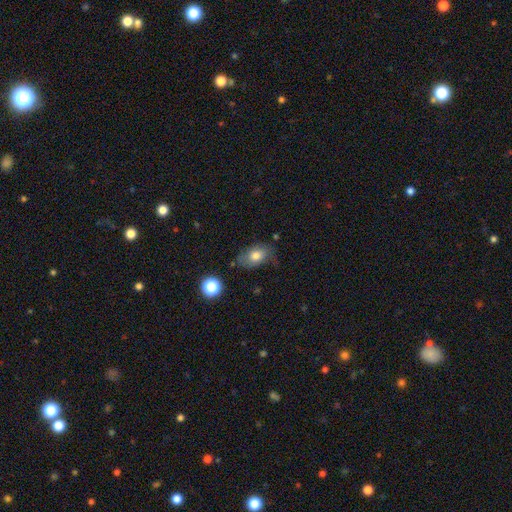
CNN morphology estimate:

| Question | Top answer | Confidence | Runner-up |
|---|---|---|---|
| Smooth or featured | smooth | 74% | featured or disk (17%) |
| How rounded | in between | 84% | round (14%) |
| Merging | none | 64% | minor disturbance (25%) |